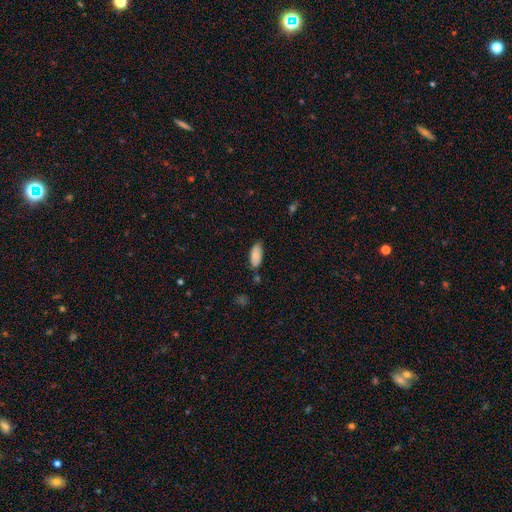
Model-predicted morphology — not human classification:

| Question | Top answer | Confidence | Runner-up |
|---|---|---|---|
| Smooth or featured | smooth | 85% | featured or disk (8%) |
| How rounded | in between | 88% | cigar-shaped (10%) |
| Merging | none | 73% | minor disturbance (20%) |